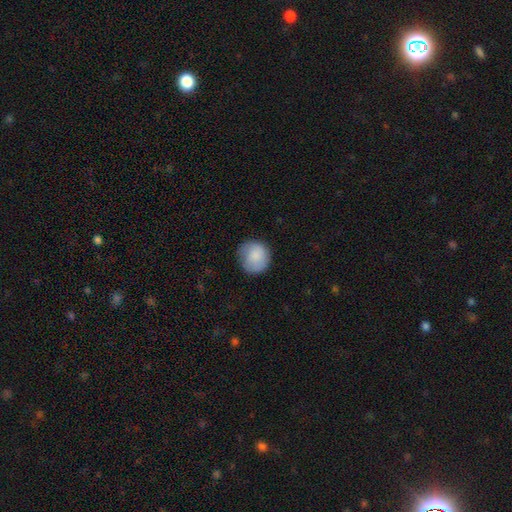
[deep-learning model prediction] Smooth or featured: smooth — 84% (featured or disk — 9%)
How rounded: round — 88% (in between — 11%)
Merging: none — 73% (minor disturbance — 21%)